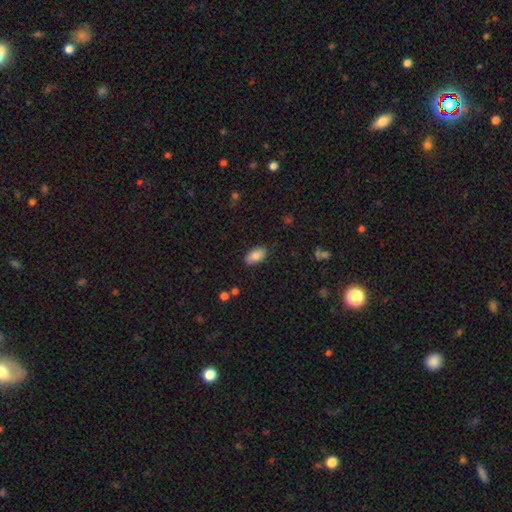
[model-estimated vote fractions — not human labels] Smooth or featured? Predicted: smooth (p=0.82). How rounded? Predicted: in between (p=0.93). Merging? Predicted: none (p=0.85).